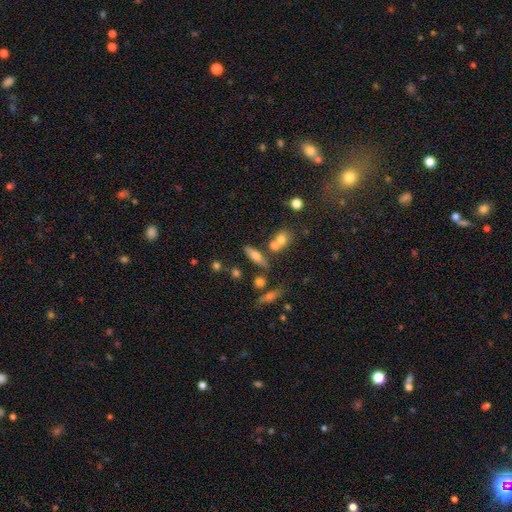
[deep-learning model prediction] This is possibly a smooth galaxy (56%). How rounded: possibly in between (51%). Merging: likely none (63%).